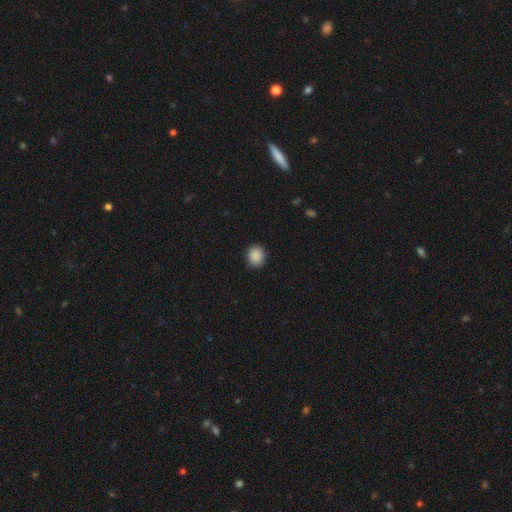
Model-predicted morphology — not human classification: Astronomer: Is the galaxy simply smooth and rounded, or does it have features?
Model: smooth — 89%.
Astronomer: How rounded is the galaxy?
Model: round — 71%.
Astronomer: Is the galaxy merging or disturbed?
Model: none — 88%.